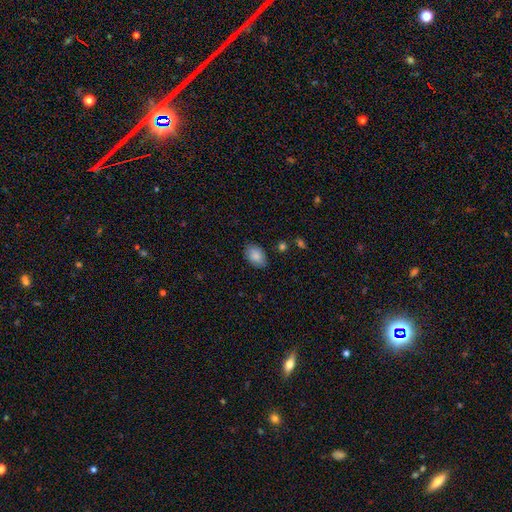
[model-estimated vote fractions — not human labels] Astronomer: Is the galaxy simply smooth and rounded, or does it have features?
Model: smooth — 85%.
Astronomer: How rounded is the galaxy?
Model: in between — 86%.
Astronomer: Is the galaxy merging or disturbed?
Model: none — 80%.